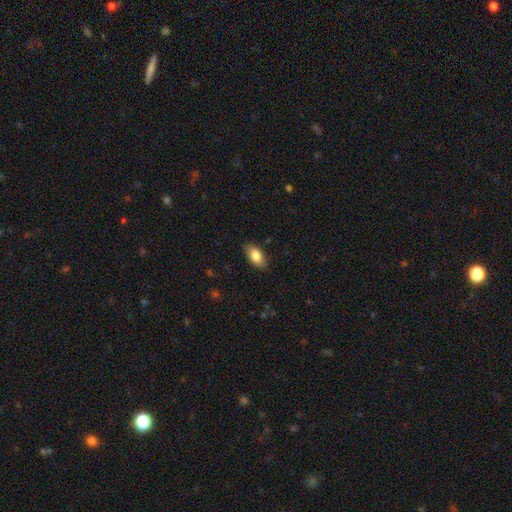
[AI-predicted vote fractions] This appears to be a smooth galaxy with no disk features (80%) that is in between round and cigar-shaped (90%). Merging: none (84%).